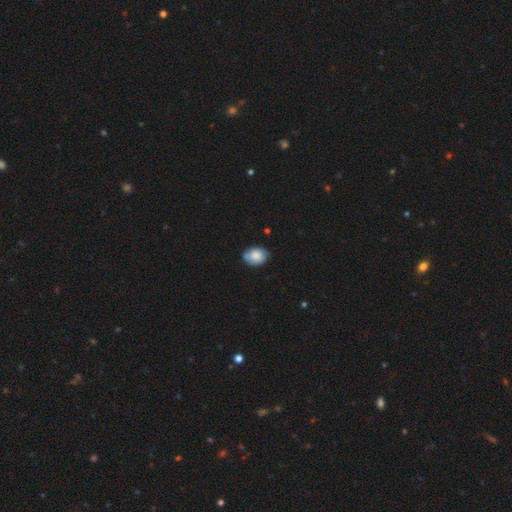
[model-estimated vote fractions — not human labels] A smooth galaxy with no disk features (71%) that is in between round and cigar-shaped (68%).

Vote fractions:
- Smooth or featured? smooth: 71% / featured or disk: 21% / star or artifact: 8%
- How rounded? in between: 68% / round: 31% / cigar-shaped: 1%
- Merging? none: 69% / minor disturbance: 24% / major disturbance: 4% / merger: 3%